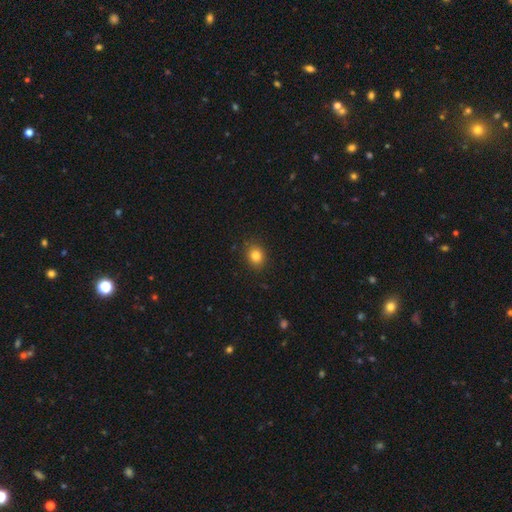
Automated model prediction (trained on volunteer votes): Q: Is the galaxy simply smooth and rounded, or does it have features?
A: smooth — 83%.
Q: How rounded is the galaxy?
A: round — 64%.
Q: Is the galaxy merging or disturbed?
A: none — 88%.